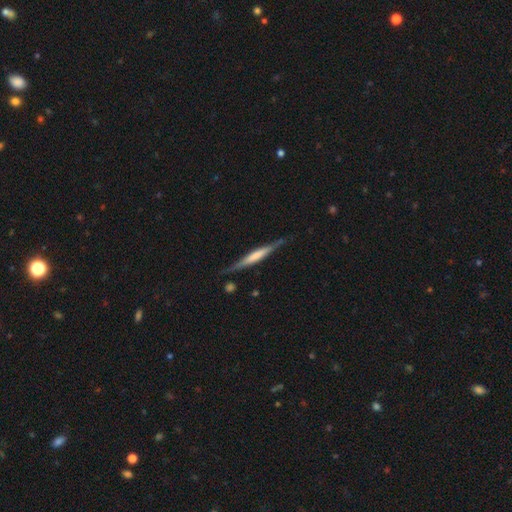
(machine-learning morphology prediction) This appears to be a featured or disk galaxy (60%) viewed edge-on (96%) with a boxy central bulge (37%, tied with none). Merging: none (80%).